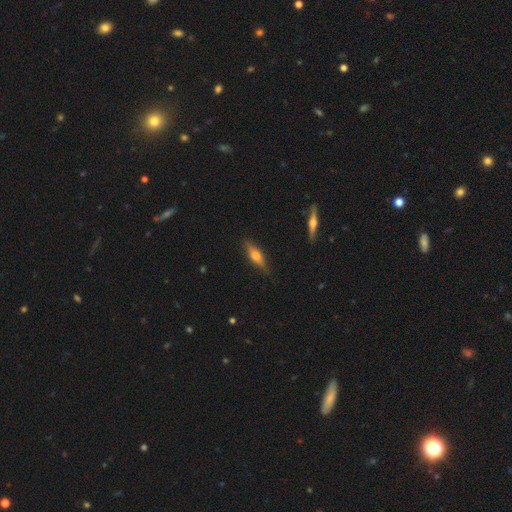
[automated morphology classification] smooth_or_featured: featured or disk (p=0.51) [alt: smooth p=0.42]
disk_edge_on: yes (p=0.93) [alt: no p=0.07]
merging: none (p=0.85) [alt: minor disturbance p=0.11]